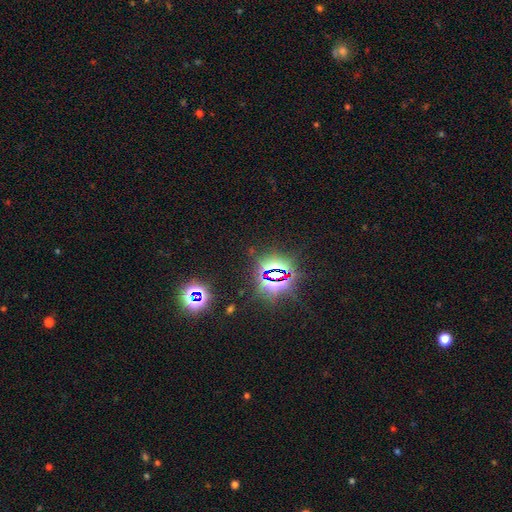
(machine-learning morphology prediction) Smooth or featured? star or artifact (81%)